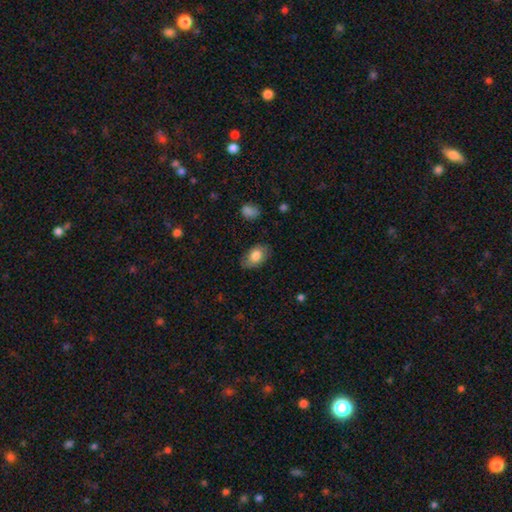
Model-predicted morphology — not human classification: smooth 79%, featured or disk 14%, star or artifact 7%. Down the decision tree: how rounded — in between (89%); merging — none (78%).